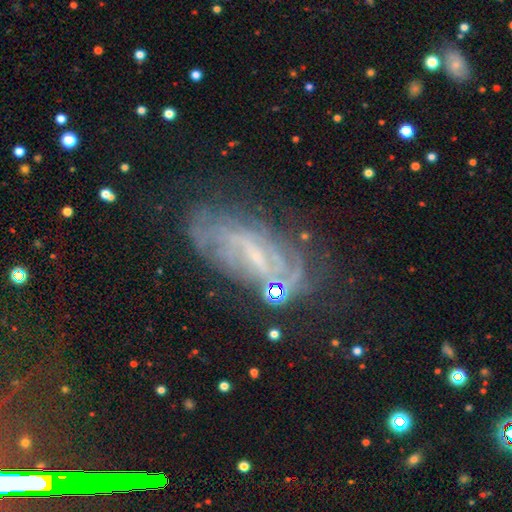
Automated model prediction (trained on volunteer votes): A featured or disk galaxy (72%) with a weak bar (44%), spiral arms (79%) and a small central bulge (49%). Merging: none (61%).